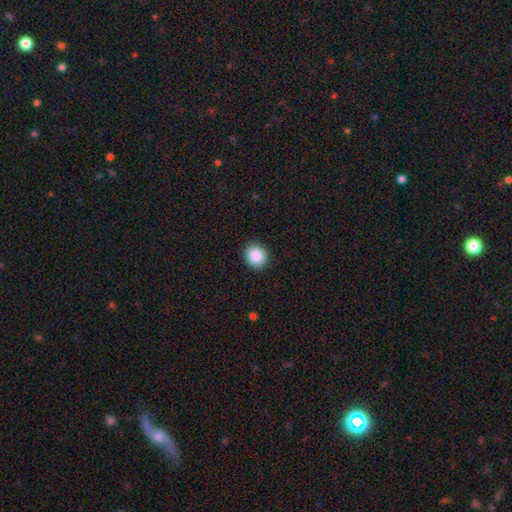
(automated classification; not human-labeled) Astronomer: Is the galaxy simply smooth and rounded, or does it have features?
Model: smooth — 89%.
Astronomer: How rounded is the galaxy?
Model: round — 72%.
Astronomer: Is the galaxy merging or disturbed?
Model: none — 91%.